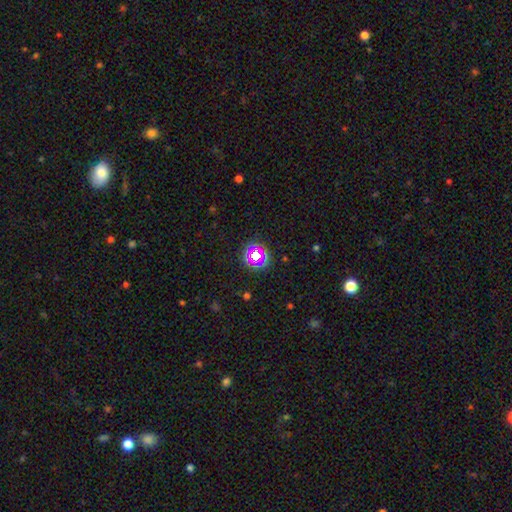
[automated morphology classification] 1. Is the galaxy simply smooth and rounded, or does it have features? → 60% star or artifact, 28% smooth, 13% featured or disk.